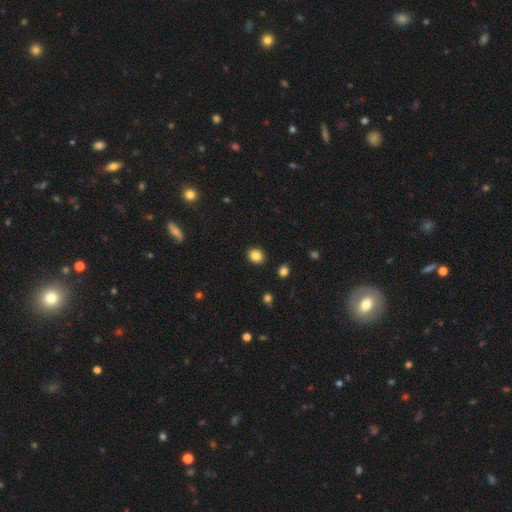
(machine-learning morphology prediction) The model was most divided on "how rounded": round: 63%, in between: 36%, cigar-shaped: 1%. More confident: merging — none (90%); smooth or featured — smooth (86%).